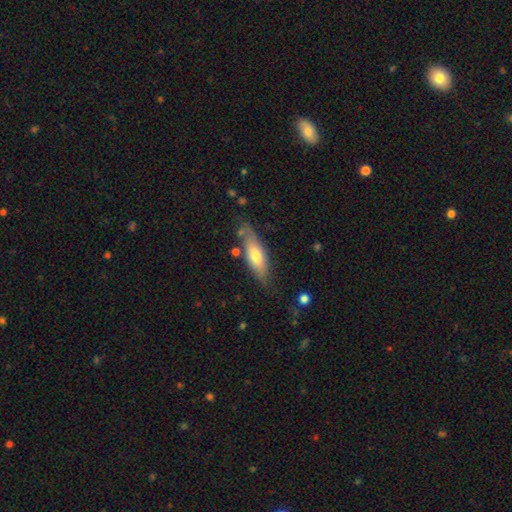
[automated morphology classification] Smooth or featured? Predicted: smooth (p=0.62). How rounded? Predicted: in between (p=0.55). Merging? Predicted: none (p=0.70).